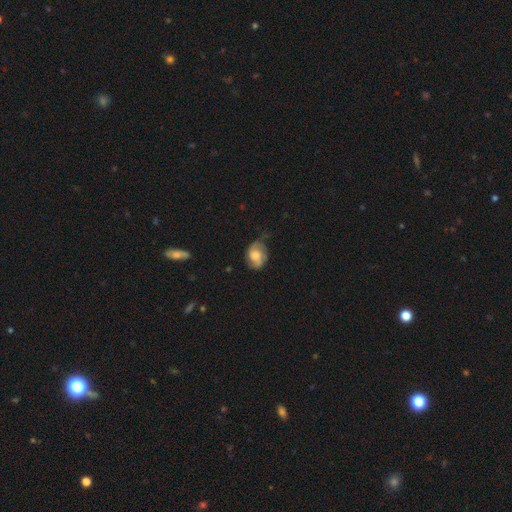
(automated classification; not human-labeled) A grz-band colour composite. It shows a featured or disk galaxy (56%) with no bar (64%), spiral arms (88%) and a moderate central bulge (50%). Merging: none (59%).